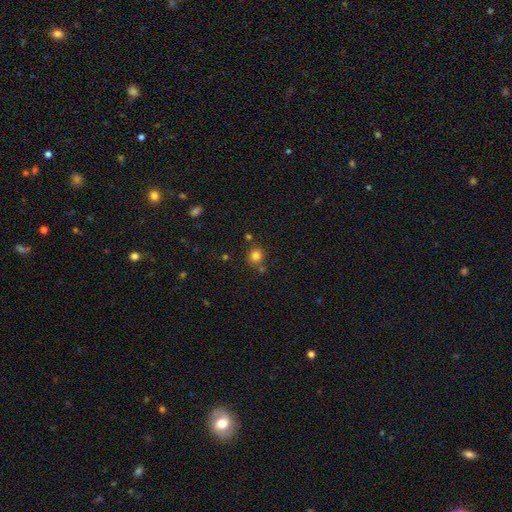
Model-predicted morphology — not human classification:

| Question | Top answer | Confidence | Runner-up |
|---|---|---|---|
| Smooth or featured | smooth | 79% | star or artifact (14%) |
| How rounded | round | 88% | in between (11%) |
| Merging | none | 76% | merger (10%) |